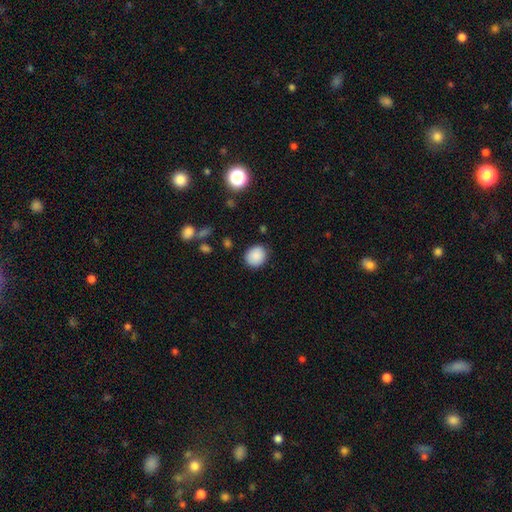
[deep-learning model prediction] smooth_or_featured: smooth (p=0.88) [alt: star or artifact p=0.08]
how_rounded: round (p=0.70) [alt: in between p=0.30]
merging: none (p=0.84) [alt: minor disturbance p=0.12]